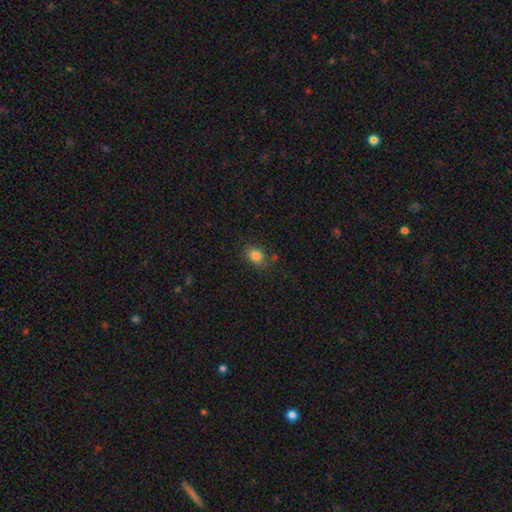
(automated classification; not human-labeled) Smooth or featured?
  - smooth: 83% *
  - star or artifact: 11%
  - featured or disk: 6%
How rounded?
  - in between: 50% *
  - round: 48%
  - cigar-shaped: 1%
Merging?
  - none: 77% *
  - minor disturbance: 14%
  - merger: 4%
  - major disturbance: 4%